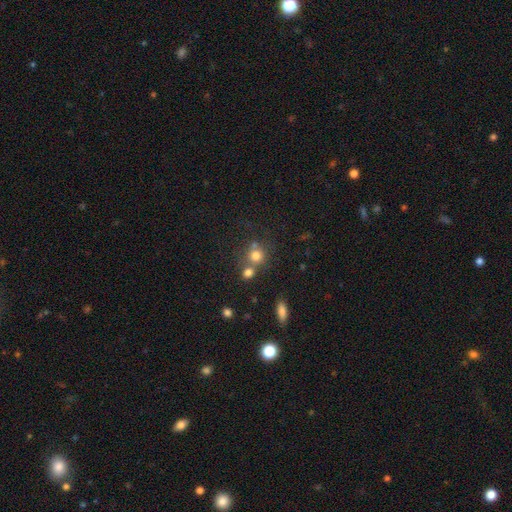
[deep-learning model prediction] A smooth galaxy with no disk features (76%) that is round (86%).

Vote fractions:
- Smooth or featured? smooth: 76% / star or artifact: 14% / featured or disk: 10%
- How rounded? round: 86% / in between: 13% / cigar-shaped: 1%
- Merging? none: 53% / merger: 34% / minor disturbance: 9% / major disturbance: 4%